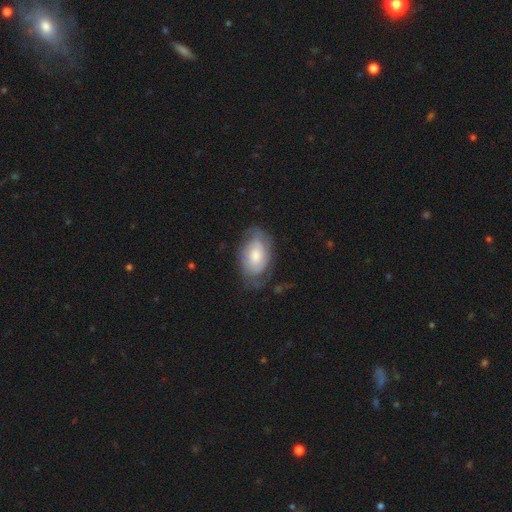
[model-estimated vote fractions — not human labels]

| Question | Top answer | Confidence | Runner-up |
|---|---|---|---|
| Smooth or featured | featured or disk | 57% | smooth (37%) |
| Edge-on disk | no | 95% | yes (5%) |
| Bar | no | 74% | weak (22%) |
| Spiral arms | yes | 79% | no (21%) |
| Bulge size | moderate | 45% | small (24%) |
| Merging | none | 58% | minor disturbance (25%) |